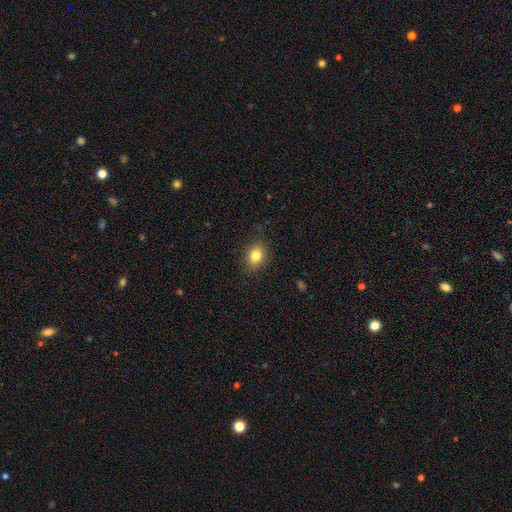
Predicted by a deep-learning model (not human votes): The model was most divided on "how rounded": round: 54%, in between: 45%, cigar-shaped: 1%. More confident: merging — none (86%); smooth or featured — smooth (82%).